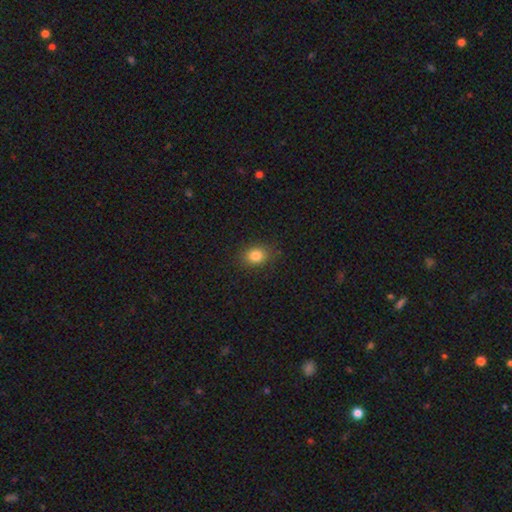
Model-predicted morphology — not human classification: type=smooth (83%); roundness=round (51%); merging=none (85%).